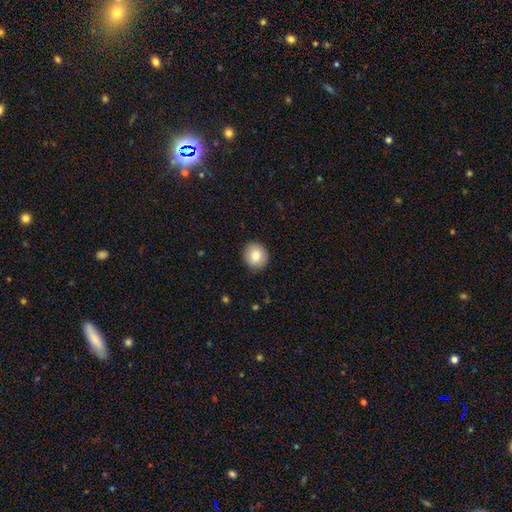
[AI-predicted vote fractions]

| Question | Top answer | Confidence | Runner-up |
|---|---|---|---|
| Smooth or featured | smooth | 84% | featured or disk (8%) |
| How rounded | round | 85% | in between (14%) |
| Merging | none | 90% | minor disturbance (7%) |